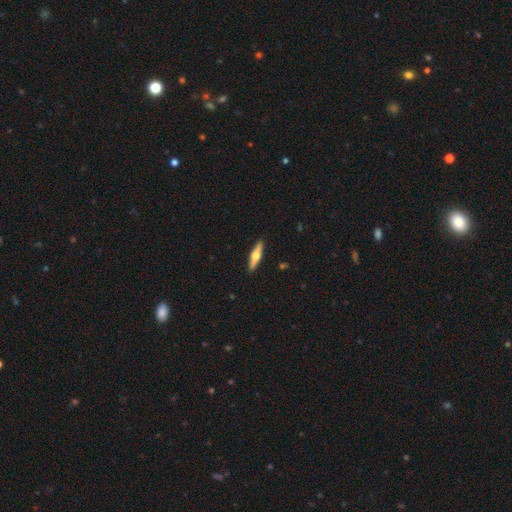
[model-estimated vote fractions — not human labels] The model was most divided on "smooth or featured": featured or disk: 58%, smooth: 37%, star or artifact: 5%. More confident: edge-on disk — yes (95%); edge-on bulge — rounded (94%); merging — none (91%).